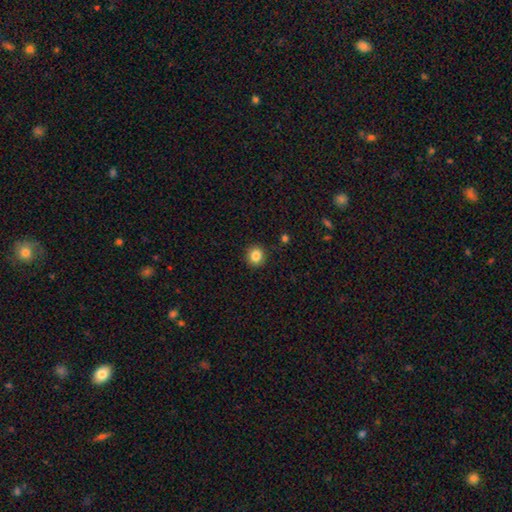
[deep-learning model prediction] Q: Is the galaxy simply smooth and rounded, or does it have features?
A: smooth — 84%.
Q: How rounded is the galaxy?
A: round — 88%.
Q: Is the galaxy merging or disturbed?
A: none — 91%.